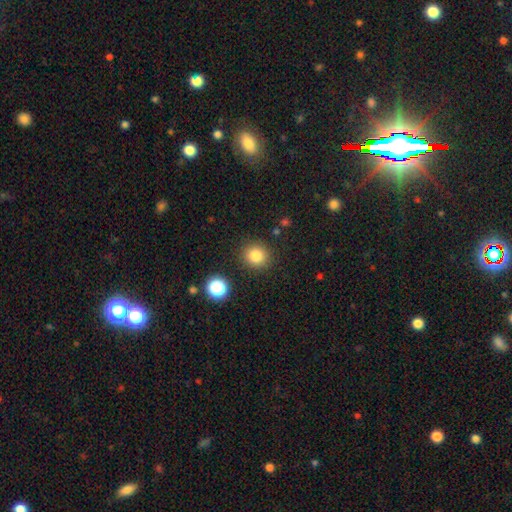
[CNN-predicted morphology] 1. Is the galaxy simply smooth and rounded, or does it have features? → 82% smooth, 13% star or artifact, 6% featured or disk.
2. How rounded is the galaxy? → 90% round, 9% in between, 1% cigar-shaped.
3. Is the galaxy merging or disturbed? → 88% none, 7% minor disturbance, 3% major disturbance, 3% merger.